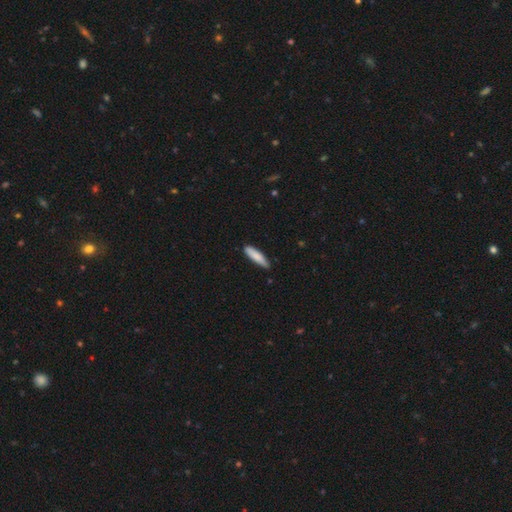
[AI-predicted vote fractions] This is clearly a smooth galaxy (83%). How rounded: likely cigar-shaped (74%). Merging: clearly none (81%).